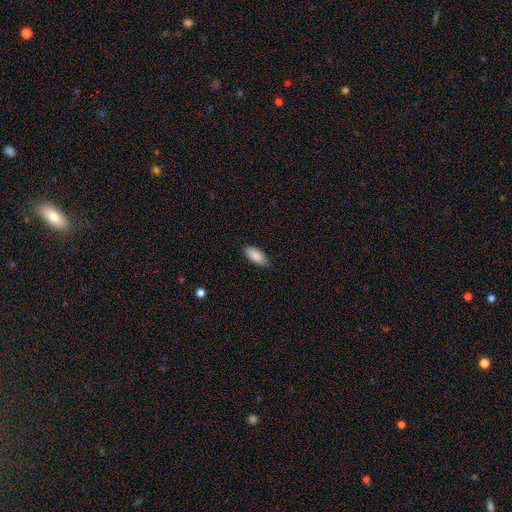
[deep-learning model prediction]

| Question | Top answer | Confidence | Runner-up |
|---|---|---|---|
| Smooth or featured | smooth | 89% | star or artifact (6%) |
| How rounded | in between | 89% | cigar-shaped (9%) |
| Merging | none | 85% | minor disturbance (12%) |